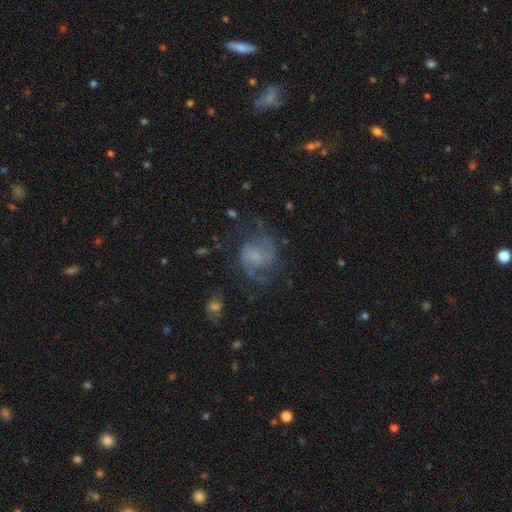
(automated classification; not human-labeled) Smooth or featured: featured or disk — 65% (smooth — 25%)
Edge-on disk: no — 98% (yes — 2%)
Bar: no — 65% (weak — 30%)
Spiral arms: yes — 86% (no — 14%)
Spiral winding: medium — 49% (loose — 26%)
Spiral arm count: 2 — 67% (can't tell — 17%)
Bulge size: small — 45% (none — 27%)
Merging: none — 57% (major disturbance — 21%)